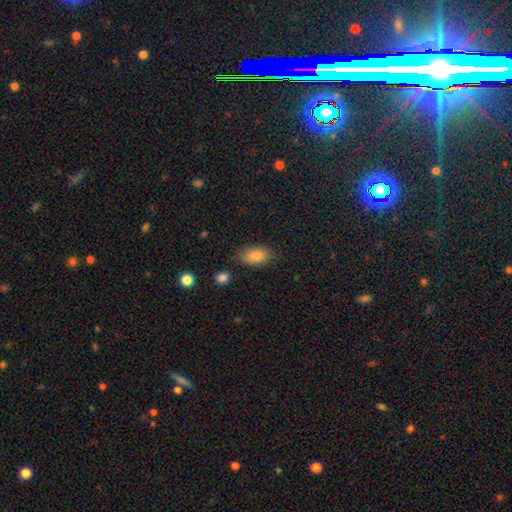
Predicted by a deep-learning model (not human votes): Overall: smooth (83%). How rounded: in between (90%). Merging: none (81%).